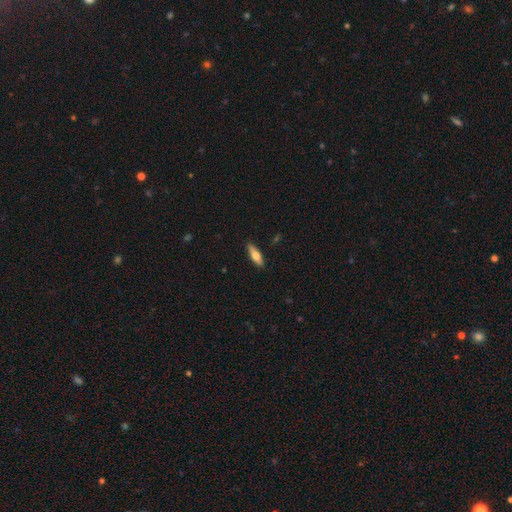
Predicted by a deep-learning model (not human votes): smooth-or-featured: smooth: 63% | featured or disk: 32% | star or artifact: 6%
  how-rounded: in between: 52% | cigar-shaped: 46% | round: 2%
  merging: none: 88% | minor disturbance: 9% | major disturbance: 2% | merger: 1%